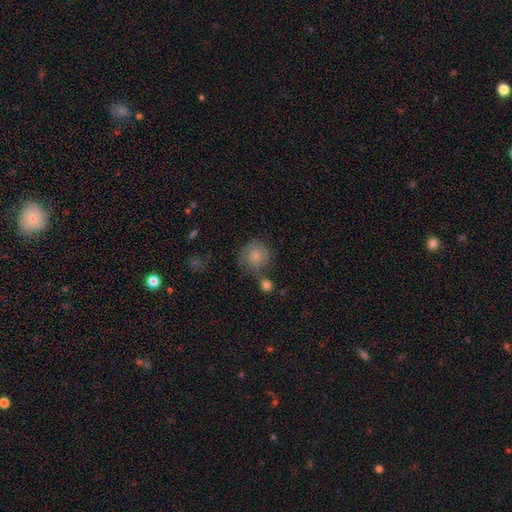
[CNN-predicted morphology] Overall: smooth (77%). How rounded: round (89%). Merging: none (52%; merger 20%).